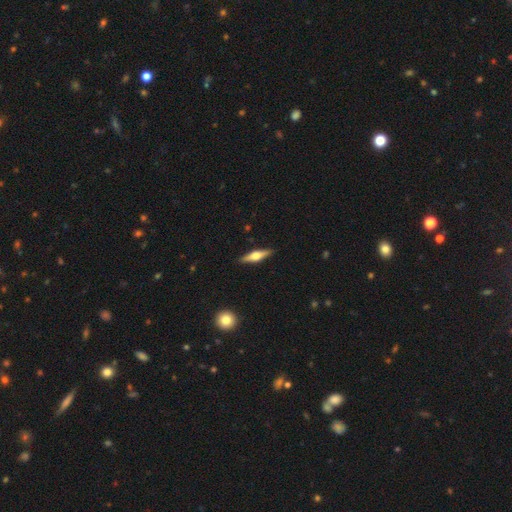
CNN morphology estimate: This appears to be a featured or disk galaxy (63%) viewed edge-on (96%) with a rounded central bulge (92%). Merging: none (90%).